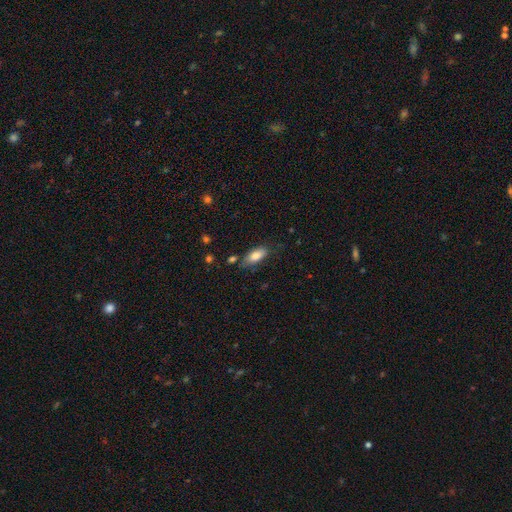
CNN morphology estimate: This is clearly a smooth galaxy (81%). How rounded: clearly in between (86%). Merging: likely none (69%).